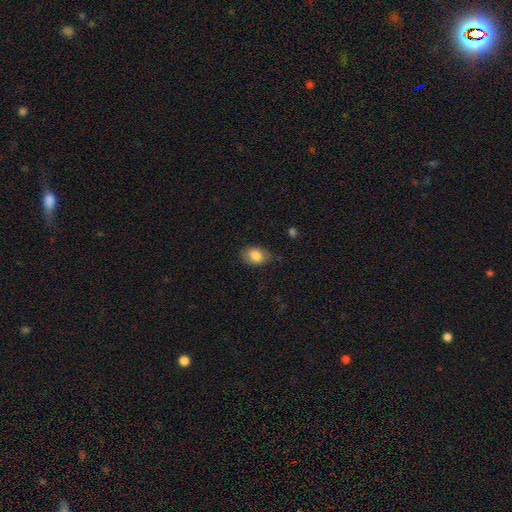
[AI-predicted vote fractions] Smooth or featured? smooth (83%)
How rounded? in between (81%)
Merging? none (68%)